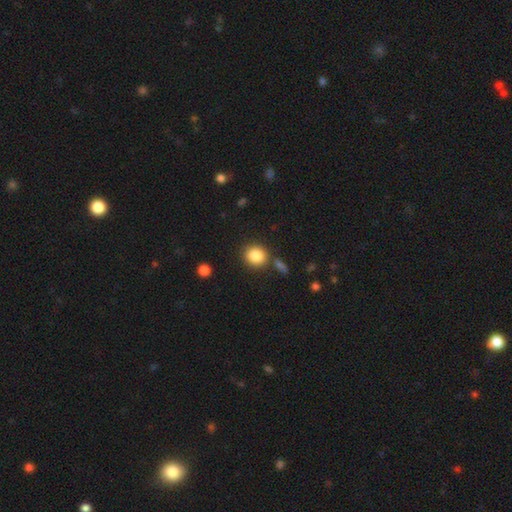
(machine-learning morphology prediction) Overall: smooth (86%). How rounded: round (83%). Merging: none (80%).